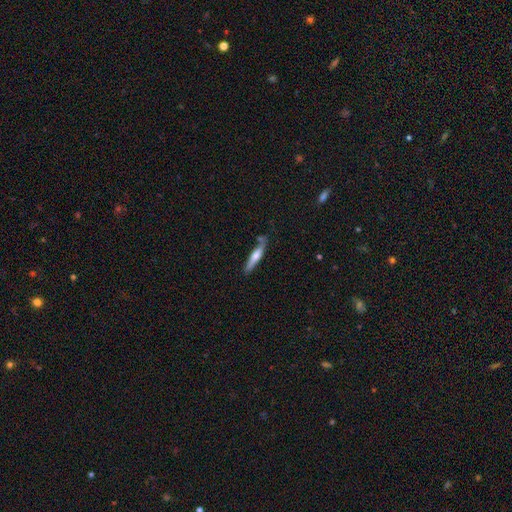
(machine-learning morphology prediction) This appears to be a smooth galaxy with no disk features (51%) that is cigar-shaped (89%). Merging: none (70%).